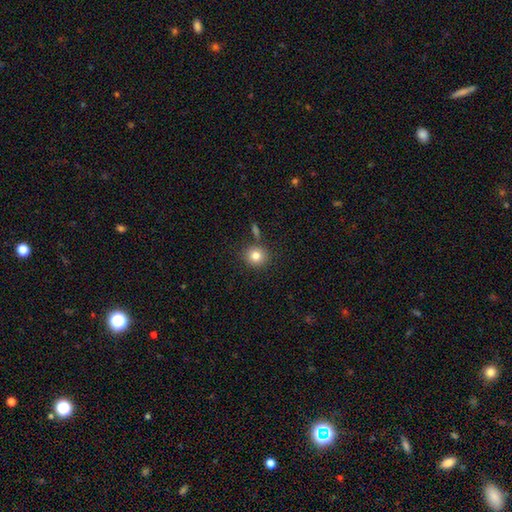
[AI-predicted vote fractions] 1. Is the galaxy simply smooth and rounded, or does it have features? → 82% smooth, 11% star or artifact, 7% featured or disk.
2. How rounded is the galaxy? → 87% round, 12% in between, 1% cigar-shaped.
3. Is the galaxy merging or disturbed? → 81% none, 9% minor disturbance, 7% merger, 3% major disturbance.